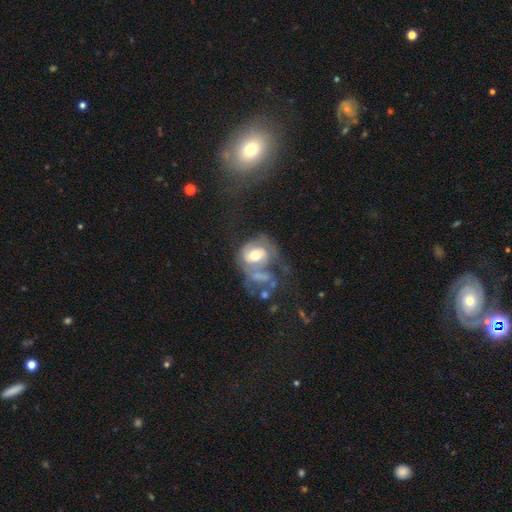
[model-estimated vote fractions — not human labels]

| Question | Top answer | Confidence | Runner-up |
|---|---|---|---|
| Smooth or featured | featured or disk | 56% | smooth (36%) |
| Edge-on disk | no | 96% | yes (4%) |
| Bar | no | 62% | weak (28%) |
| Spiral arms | no | 51% | yes (49%) |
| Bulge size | moderate | 66% | large (16%) |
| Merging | major disturbance | 38% | merger (30%) |